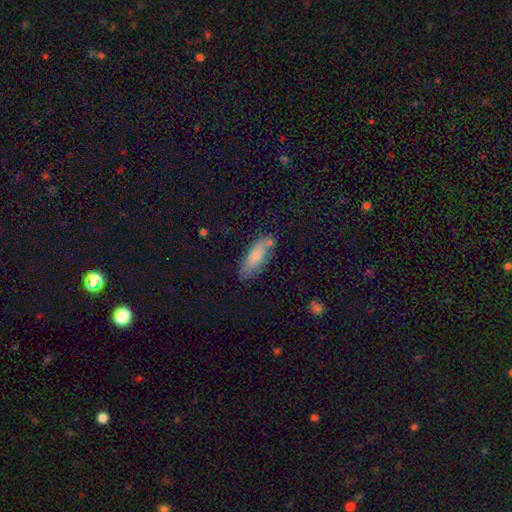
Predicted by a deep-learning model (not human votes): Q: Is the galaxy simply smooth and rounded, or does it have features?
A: smooth — 79%.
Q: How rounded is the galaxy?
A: in between — 65%.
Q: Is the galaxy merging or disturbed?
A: none — 66%.